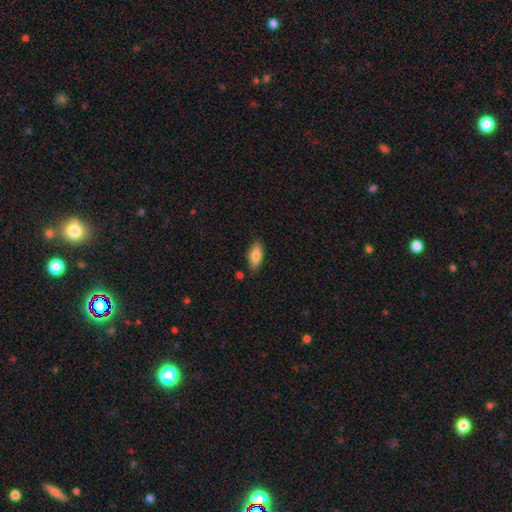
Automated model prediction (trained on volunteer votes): smooth_or_featured: smooth (p=0.82) [alt: featured or disk p=0.11]
how_rounded: in between (p=0.84) [alt: cigar-shaped p=0.14]
merging: none (p=0.82) [alt: minor disturbance p=0.13]